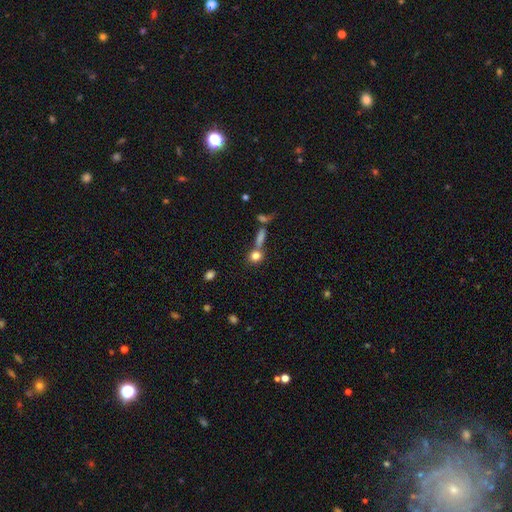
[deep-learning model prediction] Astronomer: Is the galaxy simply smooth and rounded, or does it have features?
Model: smooth — 78%.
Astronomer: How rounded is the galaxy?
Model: round — 74%.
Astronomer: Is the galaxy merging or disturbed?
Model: none — 51% (runner-up: merger, 33%).